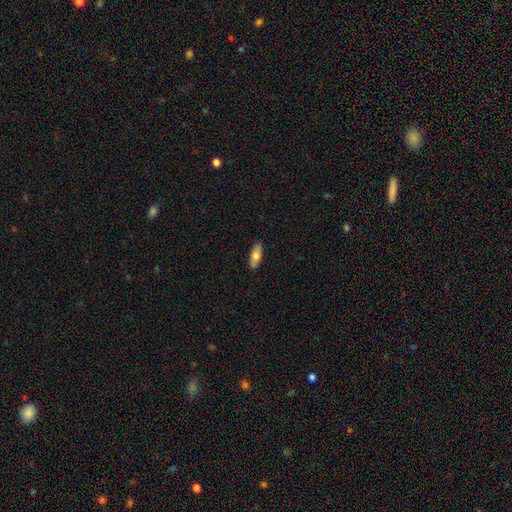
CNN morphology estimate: smooth_or_featured: smooth (p=0.70) [alt: featured or disk p=0.24]
how_rounded: in between (p=0.70) [alt: cigar-shaped p=0.27]
merging: none (p=0.88) [alt: minor disturbance p=0.10]